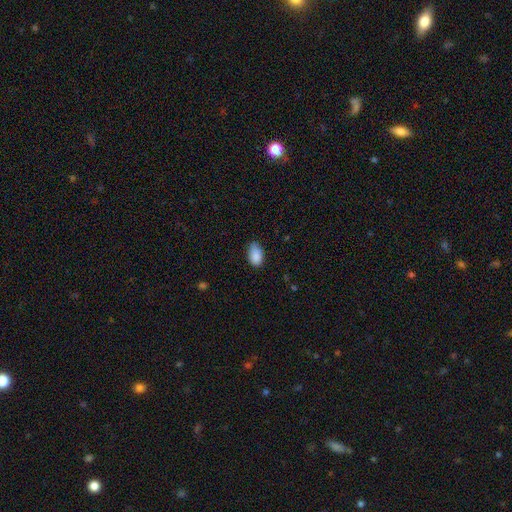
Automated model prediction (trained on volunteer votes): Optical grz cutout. It shows a smooth galaxy with no disk features (88%) that is in between round and cigar-shaped (92%). Merging: none (71%).